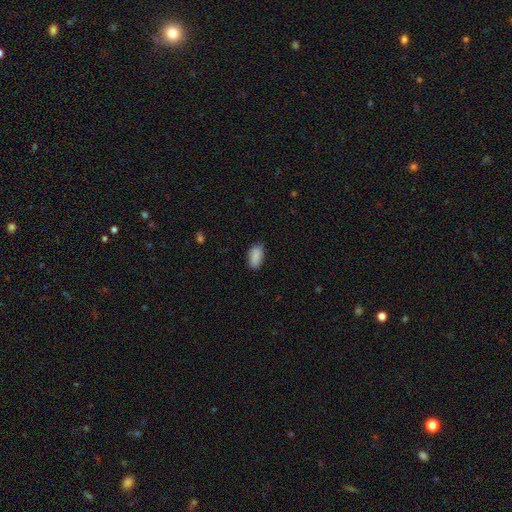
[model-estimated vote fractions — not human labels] The model was most divided on "merging": none: 83%, minor disturbance: 13%, major disturbance: 3%, merger: 1%. More confident: how rounded — in between (94%); smooth or featured — smooth (89%).